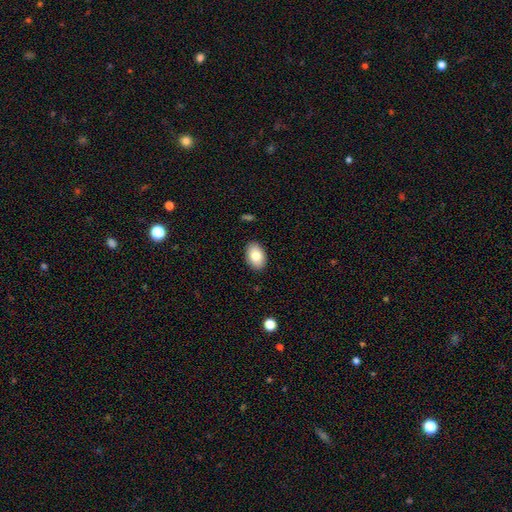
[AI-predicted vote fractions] A smooth galaxy with no disk features (84%) that is in between round and cigar-shaped (89%).

Vote fractions:
- Smooth or featured? smooth: 84% / featured or disk: 9% / star or artifact: 7%
- How rounded? in between: 89% / round: 10% / cigar-shaped: 1%
- Merging? none: 89% / minor disturbance: 8% / major disturbance: 2% / merger: 1%